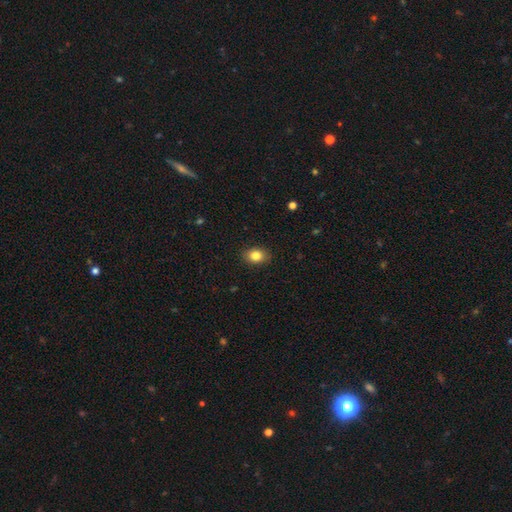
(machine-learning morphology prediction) Overall: smooth (83%). How rounded: in between (65%; round 34%). Merging: none (89%).